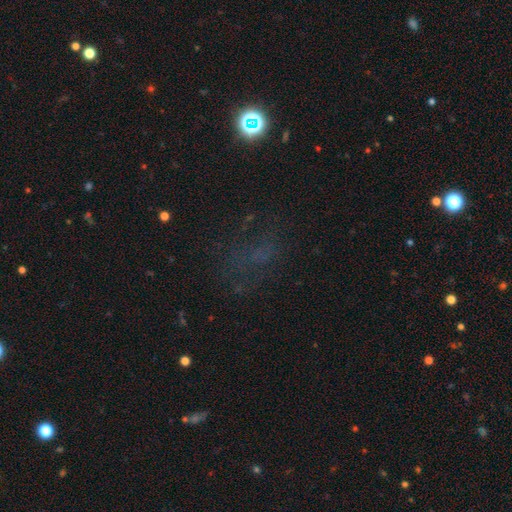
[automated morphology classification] A star or artifact, not a galaxy (45%).